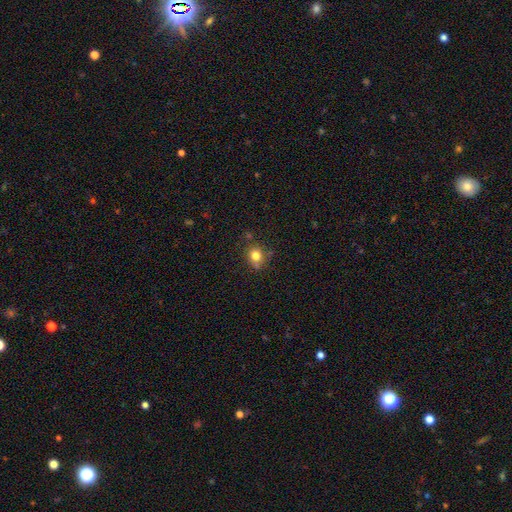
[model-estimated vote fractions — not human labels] smooth 80%, star or artifact 13%, featured or disk 8%. Down the decision tree: how rounded — round (77%); merging — none (72%).